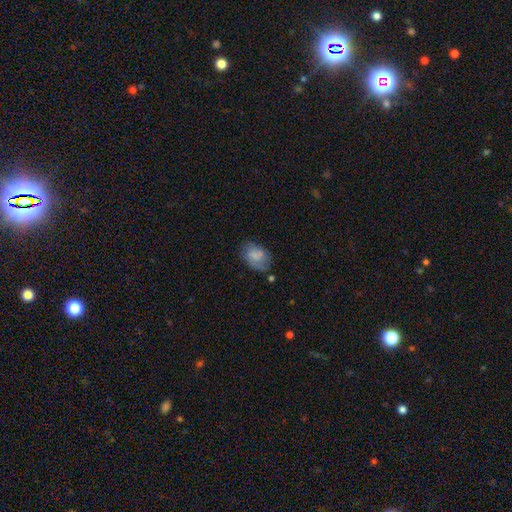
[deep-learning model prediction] Overall: smooth (68%). How rounded: in between (86%). Merging: none (62%; minor disturbance 25%).